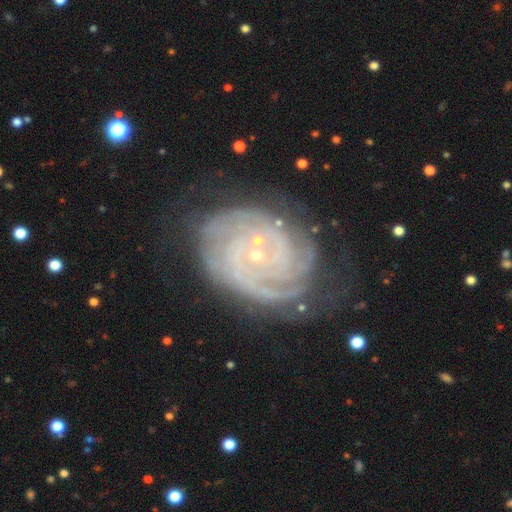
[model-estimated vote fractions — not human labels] Smooth or featured: featured or disk — 87% (star or artifact — 7%)
Edge-on disk: no — 97% (yes — 3%)
Bar: no — 69% (weak — 23%)
Spiral arms: yes — 97% (no — 3%)
Spiral winding: tight — 77% (medium — 19%)
Spiral arm count: can't tell — 28% (3 — 20%)
Bulge size: small — 84% (moderate — 12%)
Merging: none — 67% (minor disturbance — 20%)